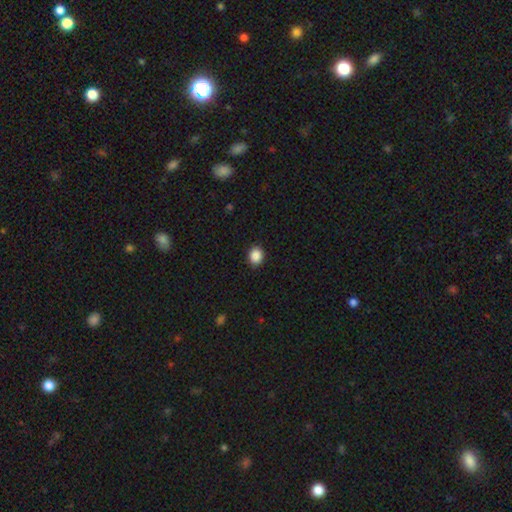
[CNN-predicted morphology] type=smooth (88%); roundness=round (61%); merging=none (90%).